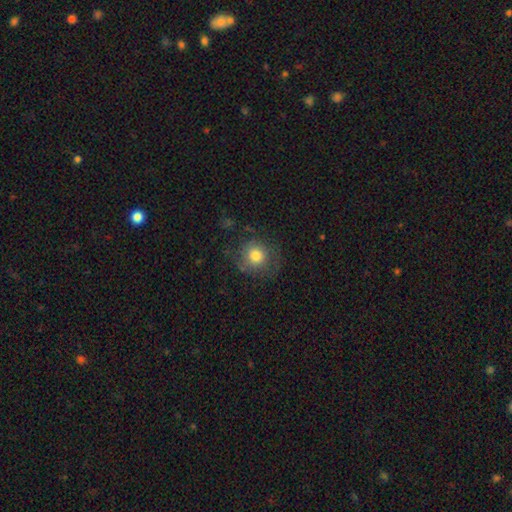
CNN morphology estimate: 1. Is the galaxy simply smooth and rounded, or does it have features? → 74% smooth, 16% featured or disk, 10% star or artifact.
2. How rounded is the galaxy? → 87% round, 12% in between, 1% cigar-shaped.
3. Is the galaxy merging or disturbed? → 71% none, 18% minor disturbance, 10% major disturbance, 2% merger.